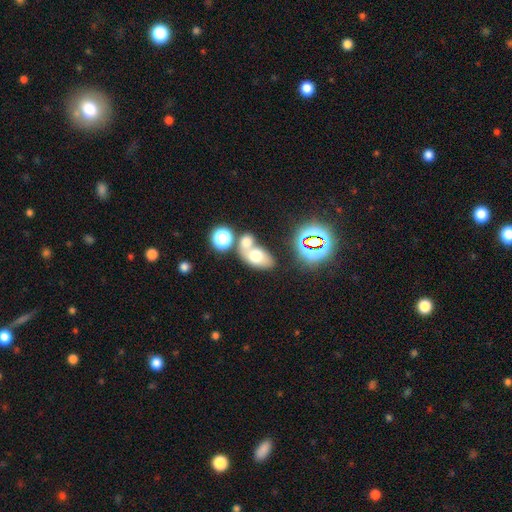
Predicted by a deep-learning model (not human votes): smooth 62%, featured or disk 22%, star or artifact 16%. Down the decision tree: how rounded — in between (82%); merging — merger (53%).